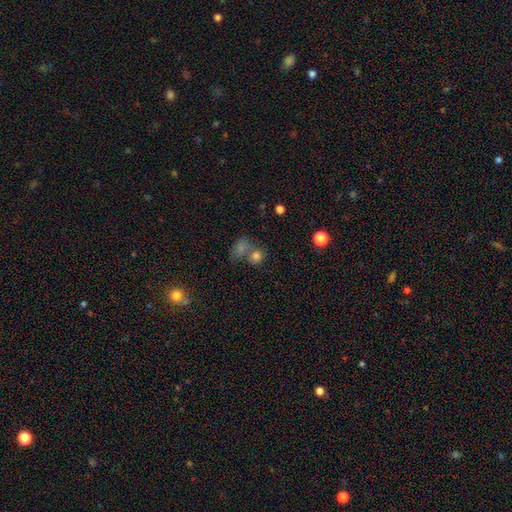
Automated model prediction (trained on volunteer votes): A smooth galaxy with no disk features (69%) that is round (71%).

Vote fractions:
- Smooth or featured? smooth: 69% / star or artifact: 19% / featured or disk: 12%
- How rounded? round: 71% / in between: 28% / cigar-shaped: 2%
- Merging? merger: 43% / none: 41% / minor disturbance: 9% / major disturbance: 6%